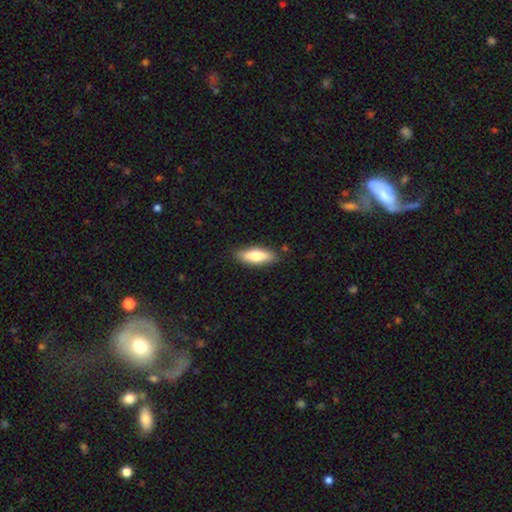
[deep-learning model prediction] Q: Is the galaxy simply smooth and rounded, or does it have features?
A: smooth — 75%.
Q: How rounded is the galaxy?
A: in between — 60%.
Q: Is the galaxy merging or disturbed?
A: none — 86%.